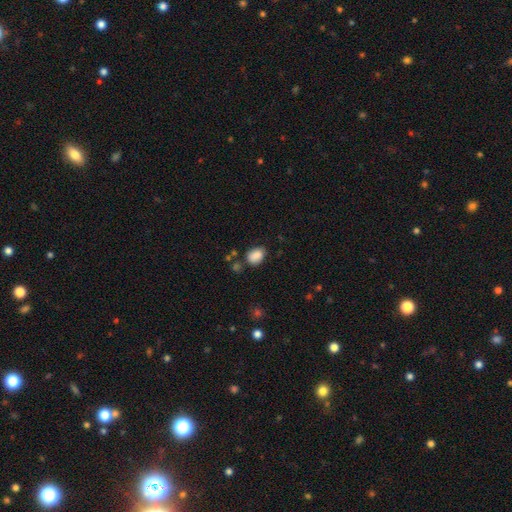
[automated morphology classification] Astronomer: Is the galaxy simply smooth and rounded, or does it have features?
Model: smooth — 87%.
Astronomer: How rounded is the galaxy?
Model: in between — 74%.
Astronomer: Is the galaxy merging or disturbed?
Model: none — 69%.